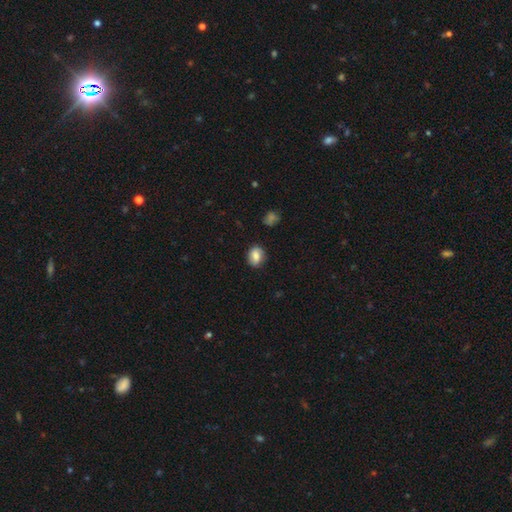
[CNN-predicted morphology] The model was most divided on "how rounded": in between: 61%, round: 38%, cigar-shaped: 1%. More confident: smooth or featured — smooth (81%); merging — none (81%).